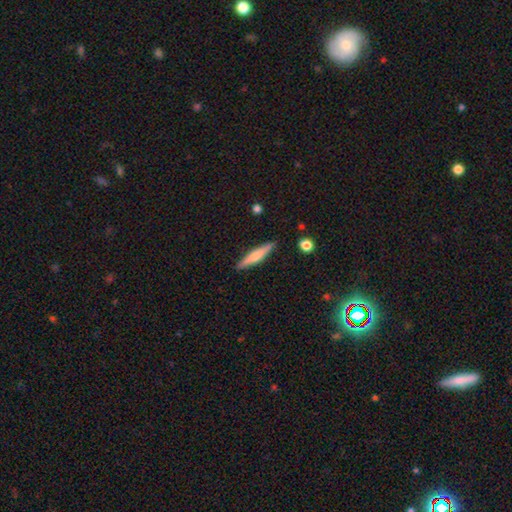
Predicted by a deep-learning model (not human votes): This appears to be a smooth galaxy with no disk features (49%). Merging: none (90%).